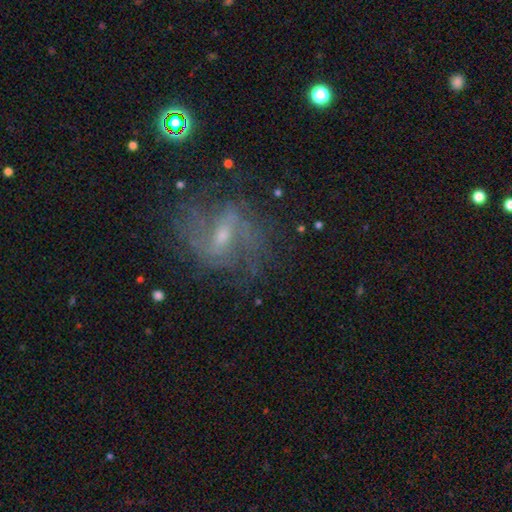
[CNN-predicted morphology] Q: Smooth or featured?
A: featured or disk (79%); runner-up: star or artifact (12%)
Q: Edge-on disk?
A: no (95%); runner-up: yes (5%)
Q: Bar?
A: weak (52%); runner-up: strong (31%)
Q: Spiral arms?
A: yes (91%); runner-up: no (9%)
Q: Spiral winding?
A: medium (43%); runner-up: loose (42%)
Q: Spiral arm count?
A: 2 (73%); runner-up: can't tell (14%)
Q: Bulge size?
A: small (58%); runner-up: moderate (32%)
Q: Merging?
A: none (70%); runner-up: minor disturbance (16%)